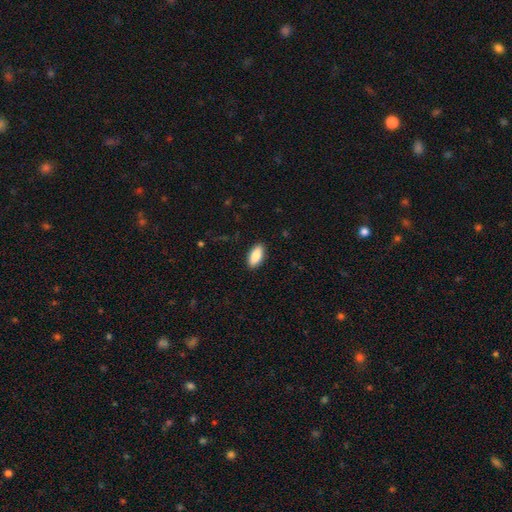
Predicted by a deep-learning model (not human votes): A smooth galaxy with no disk features (88%) that is in between round and cigar-shaped (89%). Merging: none (90%).